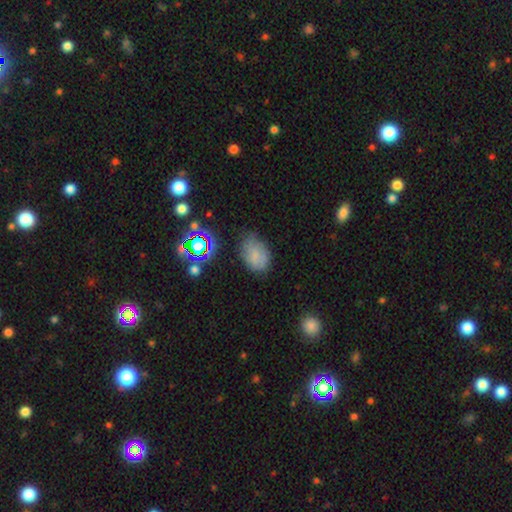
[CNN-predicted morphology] A smooth galaxy with no disk features (71%) that is in between round and cigar-shaped (81%).

Vote fractions:
- Smooth or featured? smooth: 71% / featured or disk: 15% / star or artifact: 14%
- How rounded? in between: 81% / round: 18% / cigar-shaped: 1%
- Merging? none: 58% / minor disturbance: 29% / major disturbance: 9% / merger: 3%